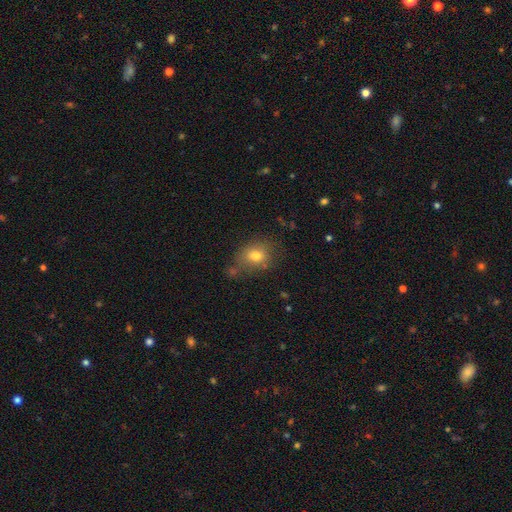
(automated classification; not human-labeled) Overall: smooth (75%). How rounded: round (51%; in between 48%). Merging: none (62%).